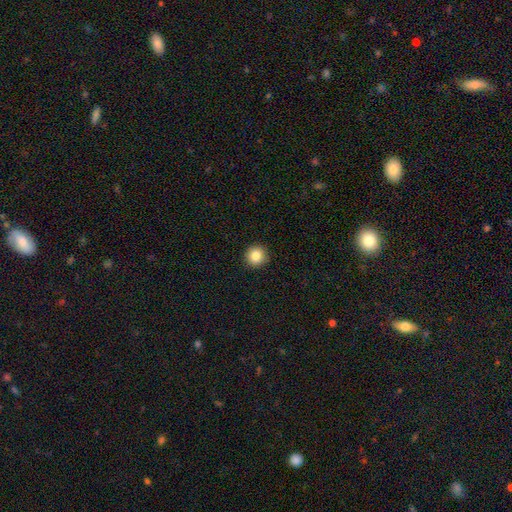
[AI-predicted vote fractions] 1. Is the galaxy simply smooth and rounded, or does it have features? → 85% smooth, 9% star or artifact, 6% featured or disk.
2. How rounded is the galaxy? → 95% round, 5% in between, 1% cigar-shaped.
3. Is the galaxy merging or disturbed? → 93% none, 4% minor disturbance, 1% major disturbance, 1% merger.